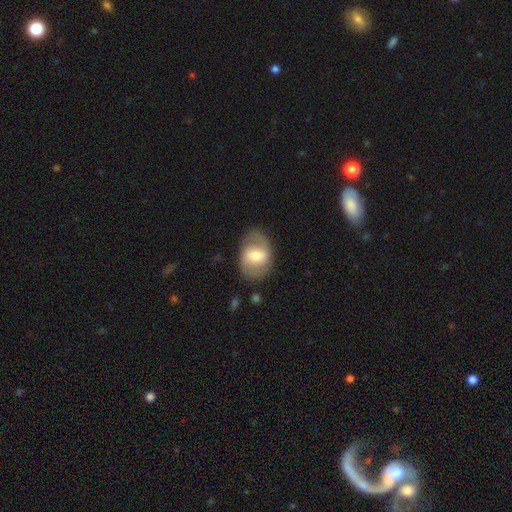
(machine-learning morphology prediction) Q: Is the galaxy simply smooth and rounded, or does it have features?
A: featured or disk — 67%.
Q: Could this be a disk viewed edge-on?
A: no — 96%.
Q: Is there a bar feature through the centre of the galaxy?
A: weak — 48%.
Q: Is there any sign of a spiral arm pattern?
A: yes — 83%.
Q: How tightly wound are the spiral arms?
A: medium — 49%.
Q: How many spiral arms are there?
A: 2 — 85%.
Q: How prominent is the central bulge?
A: moderate — 55%.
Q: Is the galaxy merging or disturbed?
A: none — 76%.